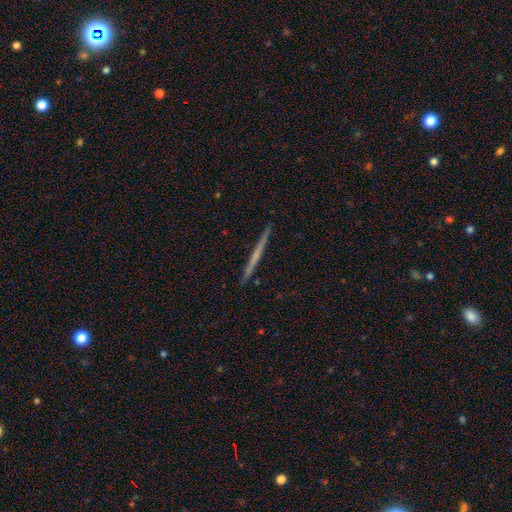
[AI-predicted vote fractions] The model was most divided on "smooth or featured": featured or disk: 59%, smooth: 35%, star or artifact: 6%. More confident: edge-on disk — yes (98%); merging — none (92%); edge-on bulge — none (82%).